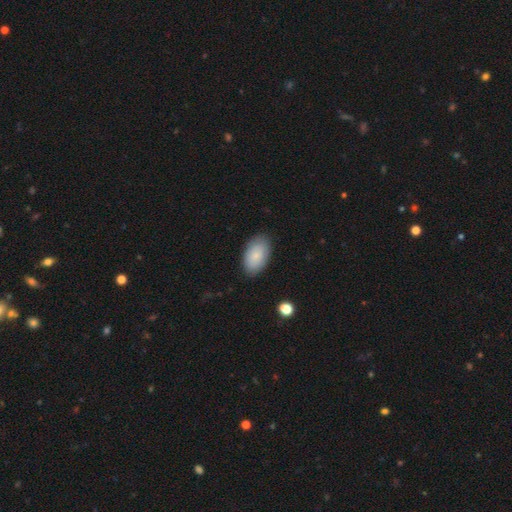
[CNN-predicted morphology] Smooth or featured? smooth (82%)
How rounded? in between (95%)
Merging? none (85%)